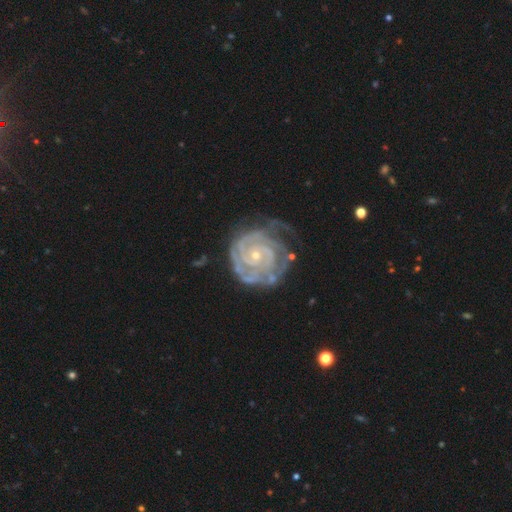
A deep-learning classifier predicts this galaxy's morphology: smooth_or_featured: featured or disk (p=0.90) [alt: smooth p=0.05]
disk_edge_on: no (p=0.98) [alt: yes p=0.02]
bar: no (p=0.73) [alt: weak p=0.20]
has_spiral_arms: yes (p=0.98) [alt: no p=0.02]
spiral_winding: tight (p=0.82) [alt: medium p=0.16]
spiral_arm_count: 2 (p=0.31) [alt: 3 p=0.23]
bulge_size: small (p=0.75) [alt: moderate p=0.21]
merging: none (p=0.56) [alt: minor disturbance p=0.26]